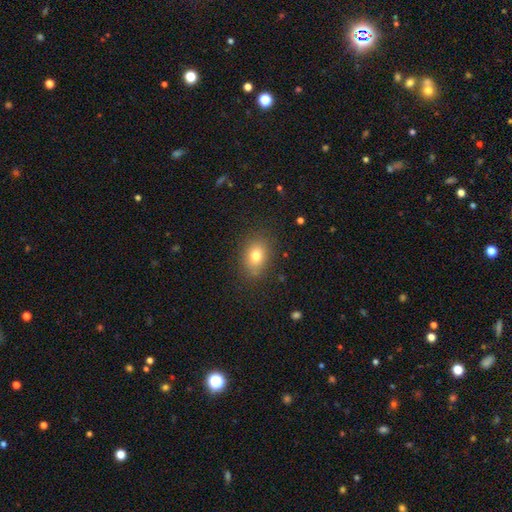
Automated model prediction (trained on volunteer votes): A smooth galaxy with no disk features (77%) that is in between round and cigar-shaped (67%).

Vote fractions:
- Smooth or featured? smooth: 77% / star or artifact: 12% / featured or disk: 12%
- How rounded? in between: 67% / round: 32% / cigar-shaped: 1%
- Merging? none: 84% / minor disturbance: 11% / major disturbance: 4% / merger: 1%